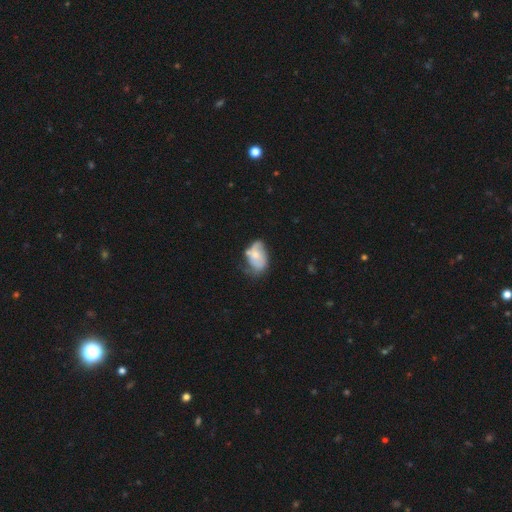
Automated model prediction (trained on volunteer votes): A smooth galaxy with no disk features (48%).

Vote fractions:
- Smooth or featured? smooth: 48% / featured or disk: 44% / star or artifact: 7%
- Merging? minor disturbance: 37% / none: 35% / major disturbance: 20% / merger: 8%